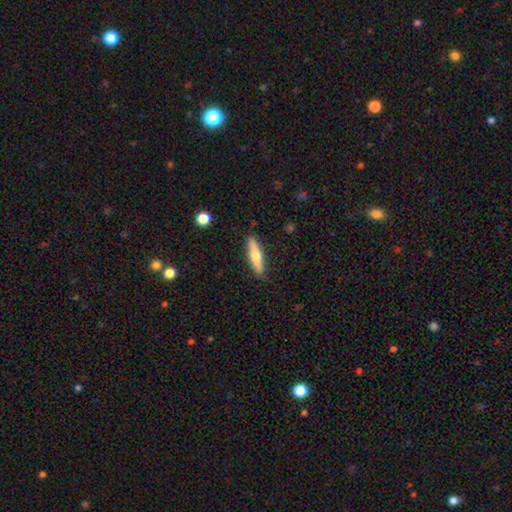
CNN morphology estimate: A smooth galaxy with no disk features (54%) that is cigar-shaped (70%).

Vote fractions:
- Smooth or featured? smooth: 54% / featured or disk: 41% / star or artifact: 6%
- How rounded? cigar-shaped: 70% / in between: 28% / round: 2%
- Merging? none: 87% / minor disturbance: 10% / major disturbance: 2% / merger: 1%